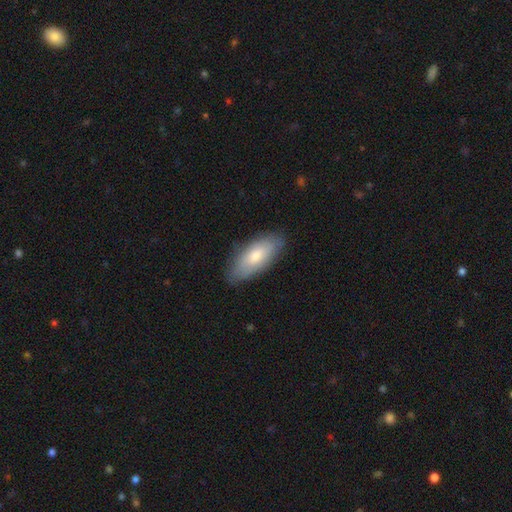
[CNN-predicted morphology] type=smooth (72%); roundness=in between (83%); merging=none (82%).